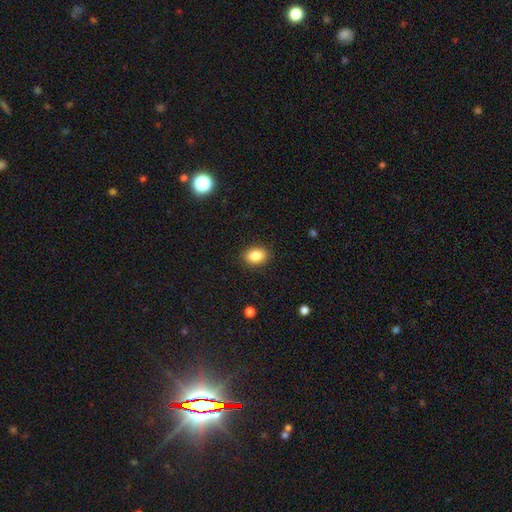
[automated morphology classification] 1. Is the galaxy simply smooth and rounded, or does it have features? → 87% smooth, 9% star or artifact, 5% featured or disk.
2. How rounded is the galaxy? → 75% in between, 24% round, 1% cigar-shaped.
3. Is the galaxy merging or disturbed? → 88% none, 8% minor disturbance, 2% major disturbance, 1% merger.